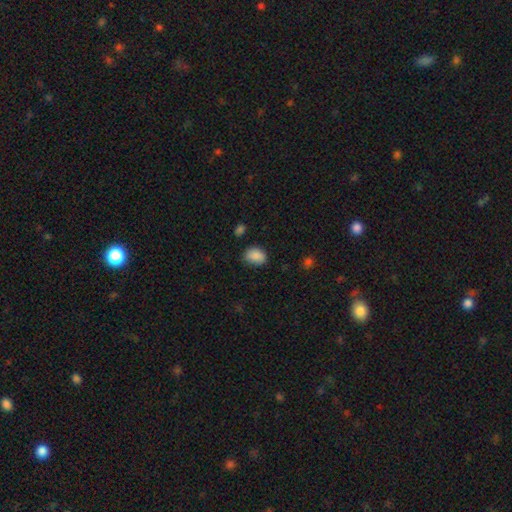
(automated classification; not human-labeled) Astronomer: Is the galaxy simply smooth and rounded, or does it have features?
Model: smooth — 88%.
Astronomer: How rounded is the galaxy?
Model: in between — 73%.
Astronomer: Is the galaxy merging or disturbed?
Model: none — 76%.